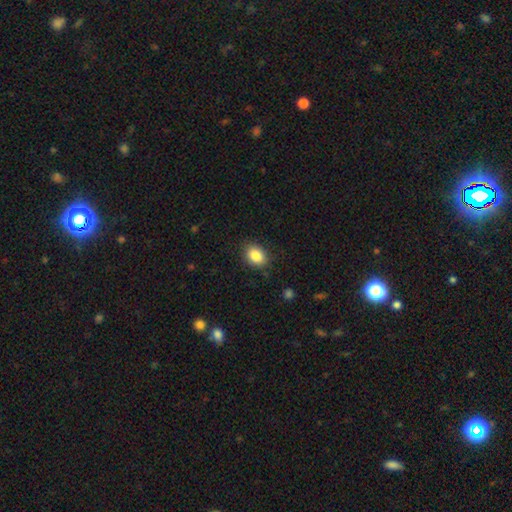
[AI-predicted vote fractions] Smooth or featured: smooth — 86% (star or artifact — 8%)
How rounded: in between — 72% (round — 27%)
Merging: none — 86% (minor disturbance — 10%)